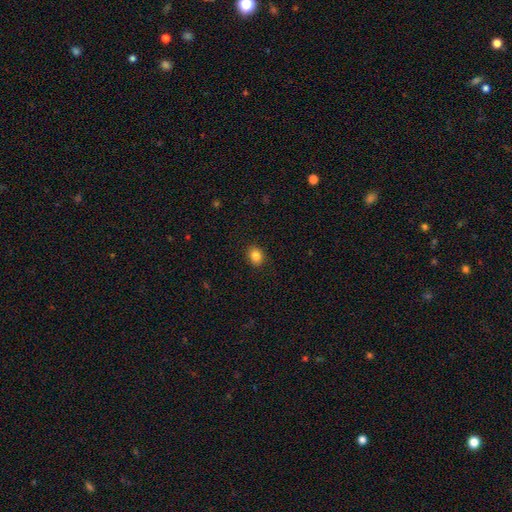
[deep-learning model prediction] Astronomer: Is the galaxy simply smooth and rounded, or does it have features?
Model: smooth — 84%.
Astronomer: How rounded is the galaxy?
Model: round — 52% (runner-up: in between, 47%).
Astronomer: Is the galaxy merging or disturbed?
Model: none — 90%.